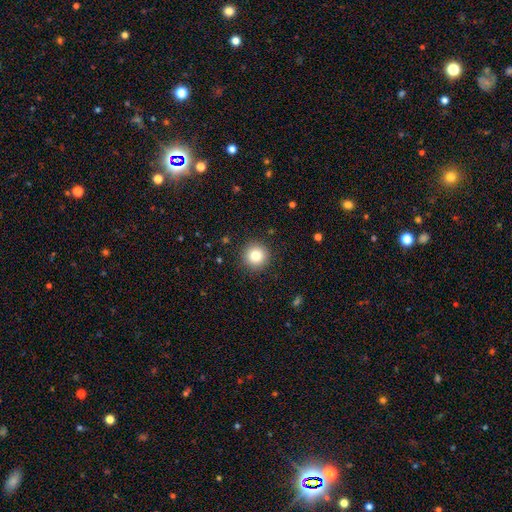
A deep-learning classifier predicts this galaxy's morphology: A smooth galaxy with no disk features (81%) that is round (95%). Merging: none (91%).